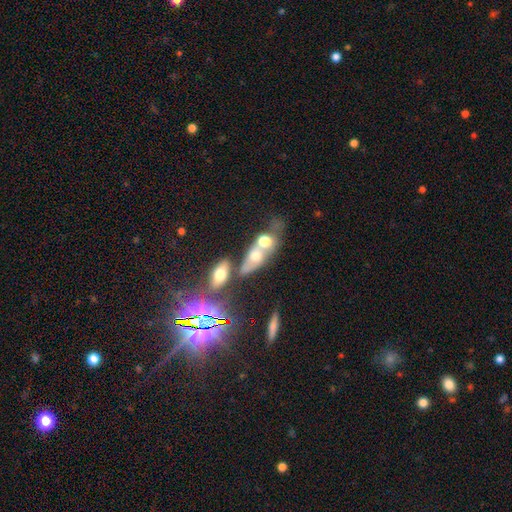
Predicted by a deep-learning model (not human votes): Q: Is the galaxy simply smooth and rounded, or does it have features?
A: star or artifact — 48%.